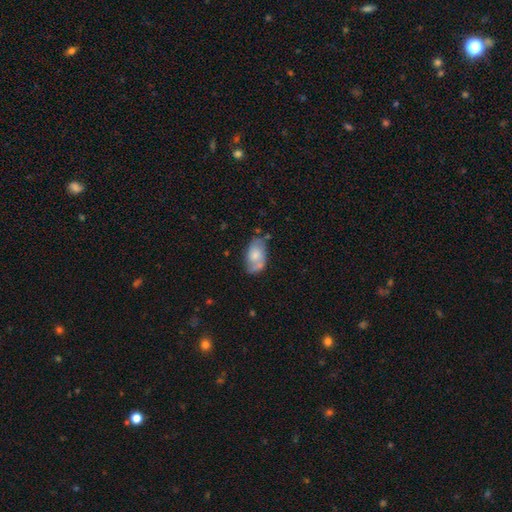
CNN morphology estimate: A smooth galaxy with no disk features (54%) that is in between round and cigar-shaped (92%).

Vote fractions:
- Smooth or featured? smooth: 54% / featured or disk: 39% / star or artifact: 7%
- How rounded? in between: 92% / round: 6% / cigar-shaped: 2%
- Merging? none: 54% / minor disturbance: 26% / merger: 11% / major disturbance: 9%